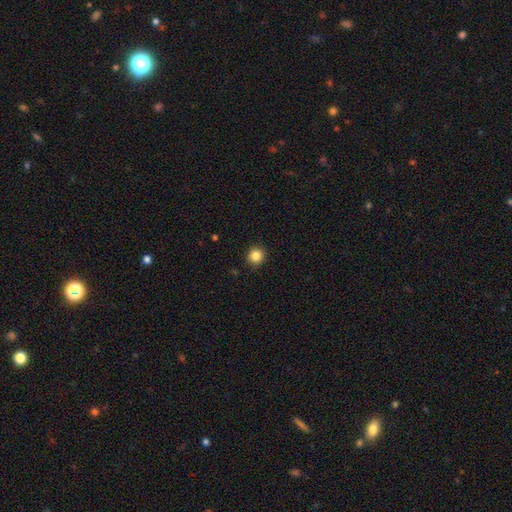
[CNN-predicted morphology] smooth_or_featured: smooth (p=0.84) [alt: star or artifact p=0.11]
how_rounded: round (p=0.92) [alt: in between p=0.07]
merging: none (p=0.92) [alt: minor disturbance p=0.06]